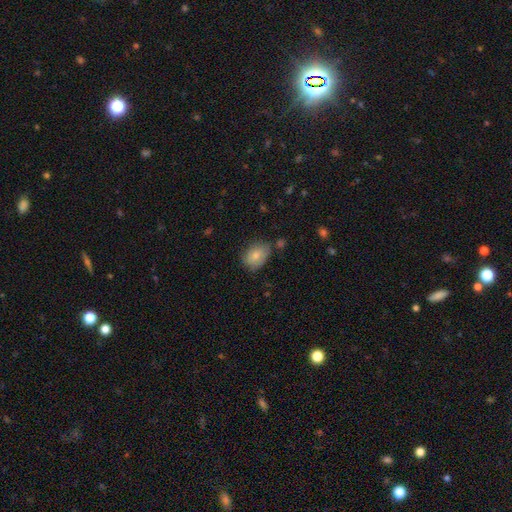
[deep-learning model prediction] Morphology: type=smooth (80%); roundness=in between (73%); merging=none (66%).